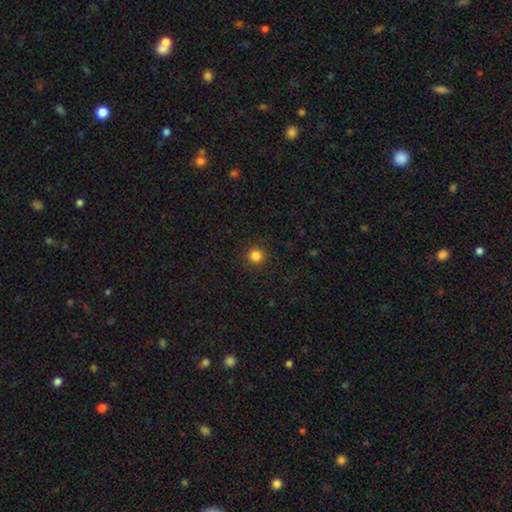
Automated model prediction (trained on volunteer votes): Q: Smooth or featured?
A: smooth (84%); runner-up: star or artifact (12%)
Q: How rounded?
A: round (95%); runner-up: in between (4%)
Q: Merging?
A: none (92%); runner-up: minor disturbance (5%)